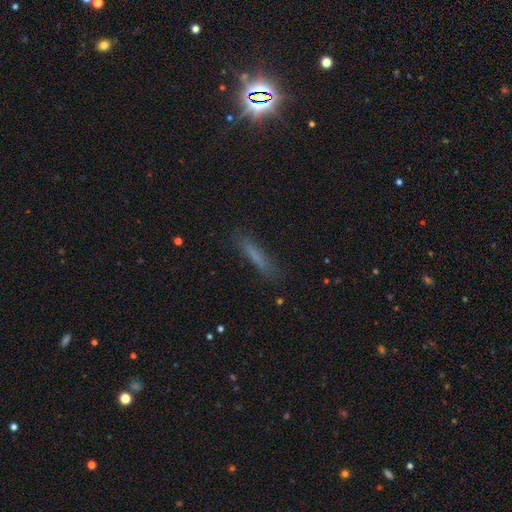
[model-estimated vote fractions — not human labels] smooth-or-featured: smooth: 68% | featured or disk: 20% | star or artifact: 12%
  how-rounded: cigar-shaped: 90% | in between: 8% | round: 2%
  merging: none: 83% | minor disturbance: 12% | major disturbance: 3% | merger: 2%